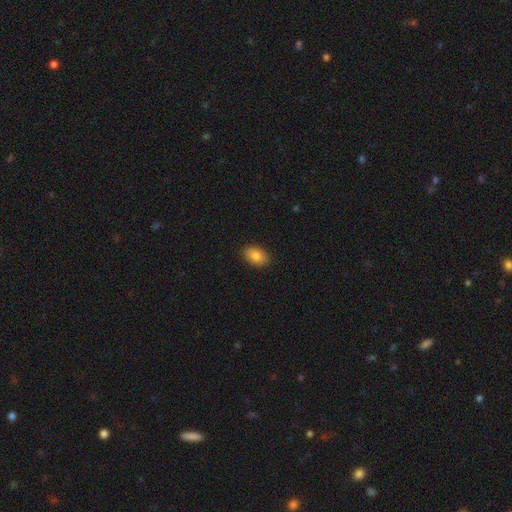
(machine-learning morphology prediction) This is clearly a smooth galaxy (86%). How rounded: clearly in between (89%). Merging: clearly none (89%).